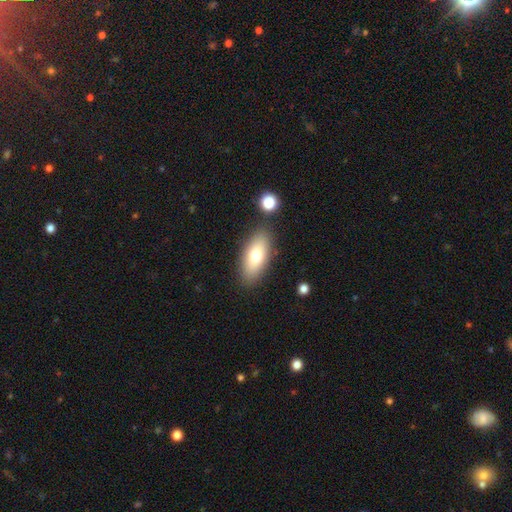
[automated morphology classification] Q: Smooth or featured?
A: smooth (72%); runner-up: featured or disk (20%)
Q: How rounded?
A: in between (84%); runner-up: cigar-shaped (13%)
Q: Merging?
A: none (83%); runner-up: minor disturbance (10%)